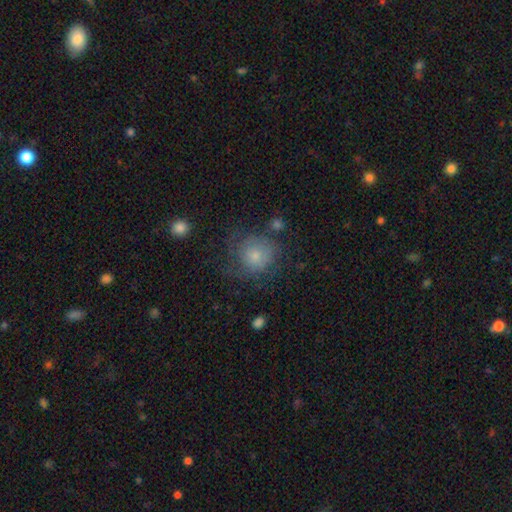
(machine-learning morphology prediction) Q: Smooth or featured?
A: smooth (70%); runner-up: featured or disk (21%)
Q: How rounded?
A: round (86%); runner-up: in between (13%)
Q: Merging?
A: none (54%); runner-up: minor disturbance (23%)